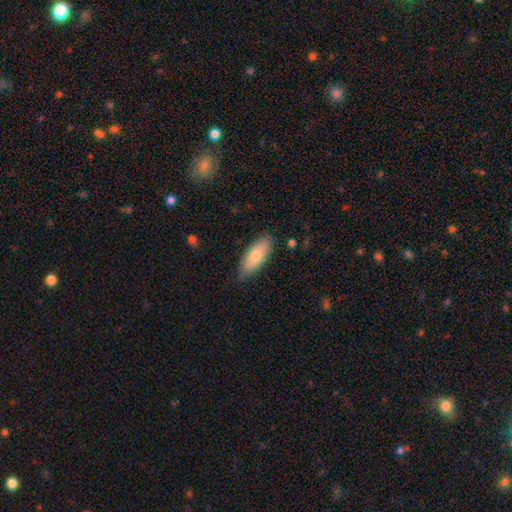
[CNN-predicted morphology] smooth 76%, featured or disk 18%, star or artifact 6%. Down the decision tree: how rounded — in between (74%); merging — none (81%).